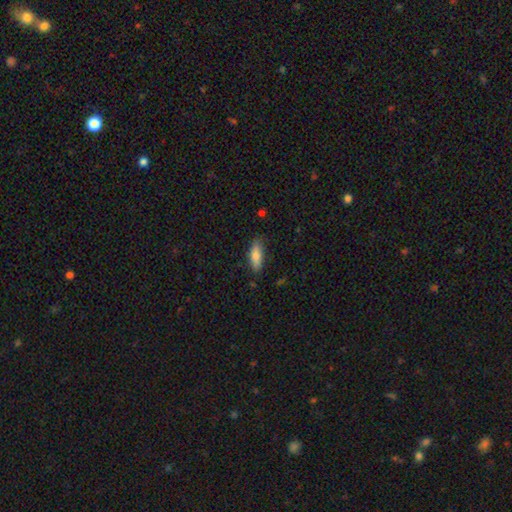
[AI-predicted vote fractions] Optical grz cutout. It shows a smooth galaxy with no disk features (78%) that is in between round and cigar-shaped (58%). Merging: none (79%).